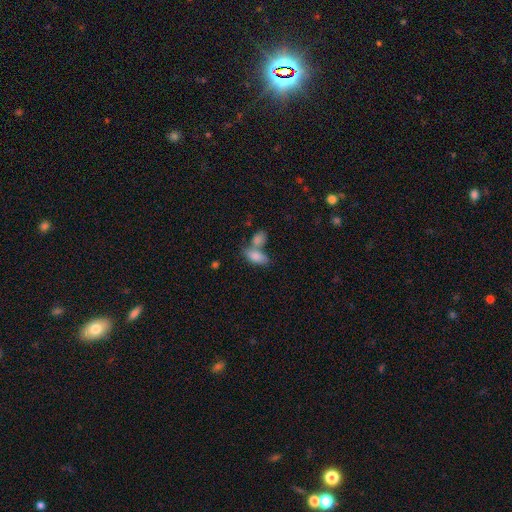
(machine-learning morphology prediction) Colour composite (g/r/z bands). It shows a smooth galaxy with no disk features (83%) that is in between round and cigar-shaped (88%). Merging: merger (49%).